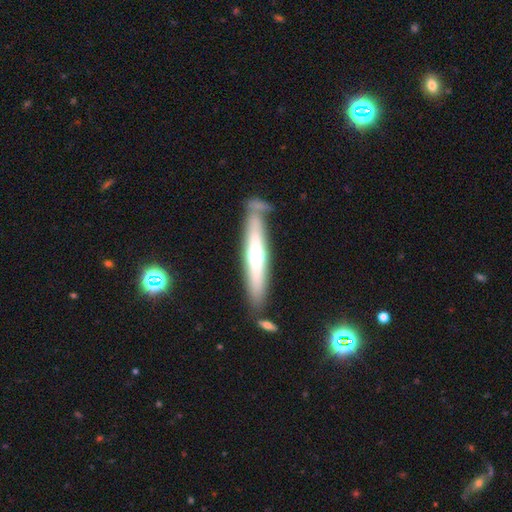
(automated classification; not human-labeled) Overall: featured or disk (52%; smooth 42%). Edge-on disk: yes (88%). Merging: none (72%).